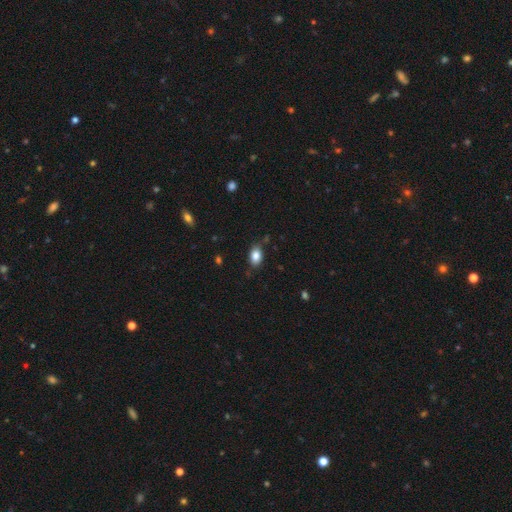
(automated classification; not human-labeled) smooth_or_featured: smooth (p=0.85) [alt: star or artifact p=0.09]
how_rounded: in between (p=0.85) [alt: round p=0.14]
merging: none (p=0.81) [alt: minor disturbance p=0.14]